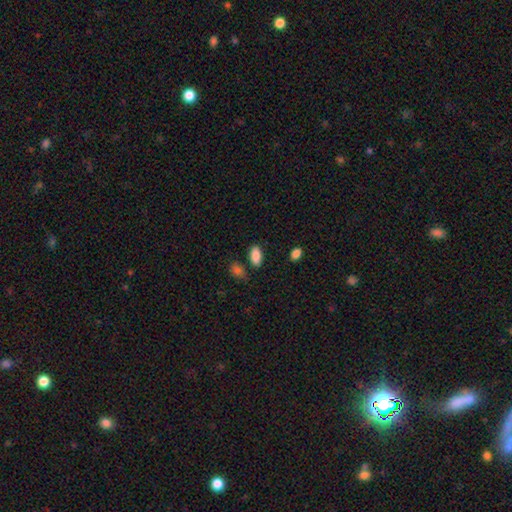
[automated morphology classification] type=smooth (88%); roundness=in between (92%); merging=none (82%).